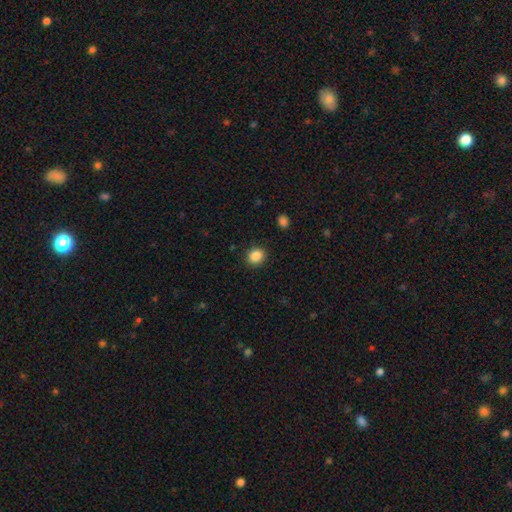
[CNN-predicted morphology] smooth_or_featured: smooth (p=0.87) [alt: star or artifact p=0.09]
how_rounded: round (p=0.68) [alt: in between p=0.31]
merging: none (p=0.89) [alt: minor disturbance p=0.07]